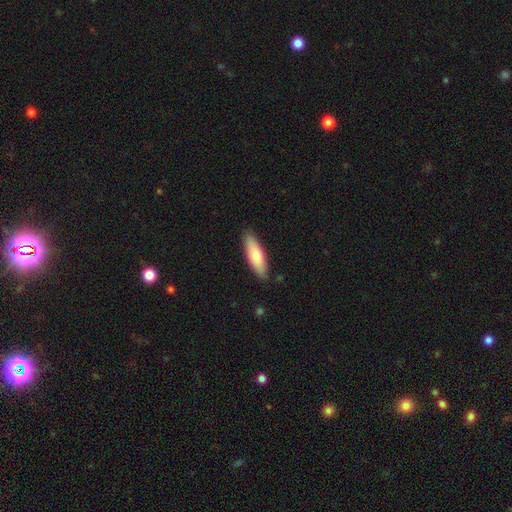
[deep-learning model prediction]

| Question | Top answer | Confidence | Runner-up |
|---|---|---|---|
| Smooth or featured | smooth | 69% | featured or disk (26%) |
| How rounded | cigar-shaped | 51% | in between (47%) |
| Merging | none | 88% | minor disturbance (9%) |